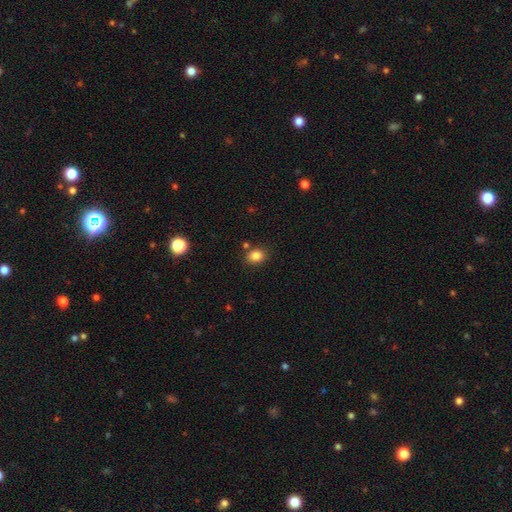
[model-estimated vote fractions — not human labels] smooth-or-featured: smooth: 84% | star or artifact: 10% | featured or disk: 5%
  how-rounded: in between: 58% | round: 41% | cigar-shaped: 1%
  merging: none: 80% | minor disturbance: 11% | merger: 6% | major disturbance: 3%